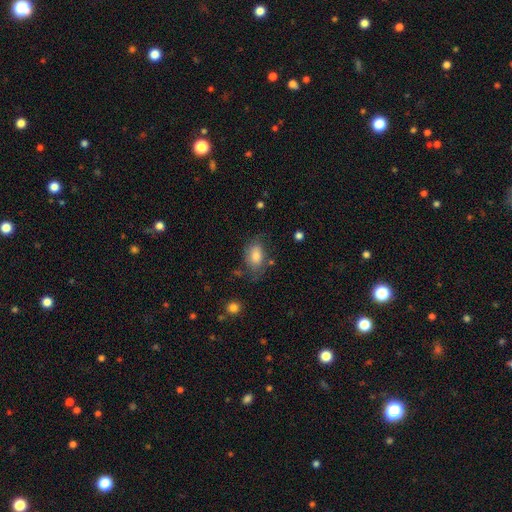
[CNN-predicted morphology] Smooth or featured? smooth (70%)
How rounded? in between (88%)
Merging? none (59%)